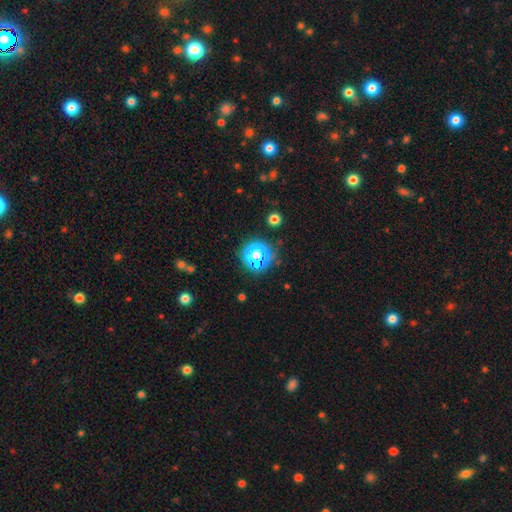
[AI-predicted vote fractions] This is possibly a star or artifact rather than a galaxy (48%).